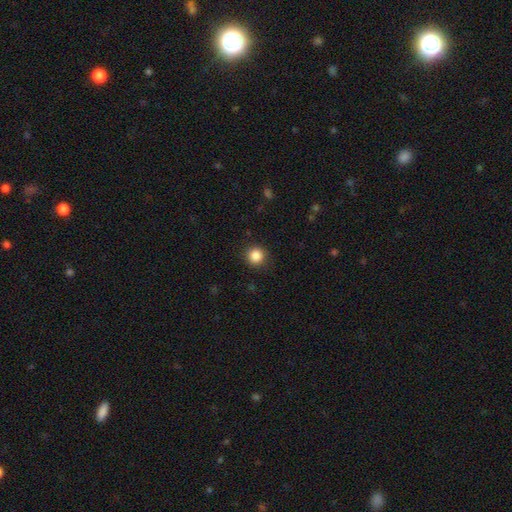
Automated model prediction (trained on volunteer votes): This is clearly a smooth galaxy (86%). How rounded: clearly round (94%). Merging: clearly none (91%).